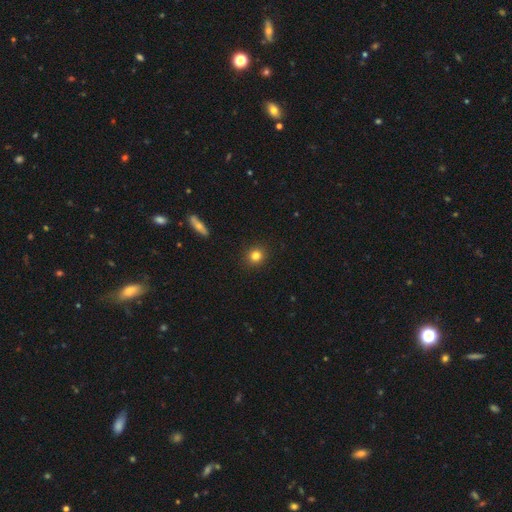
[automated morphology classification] A smooth galaxy with no disk features (82%) that is round (88%). Merging: none (92%).